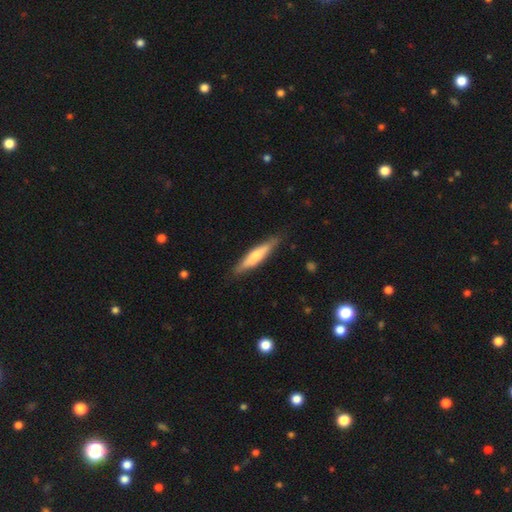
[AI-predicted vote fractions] smooth_or_featured: smooth (p=0.51) [alt: featured or disk p=0.44]
how_rounded: cigar-shaped (p=0.83) [alt: in between p=0.16]
merging: none (p=0.83) [alt: minor disturbance p=0.13]